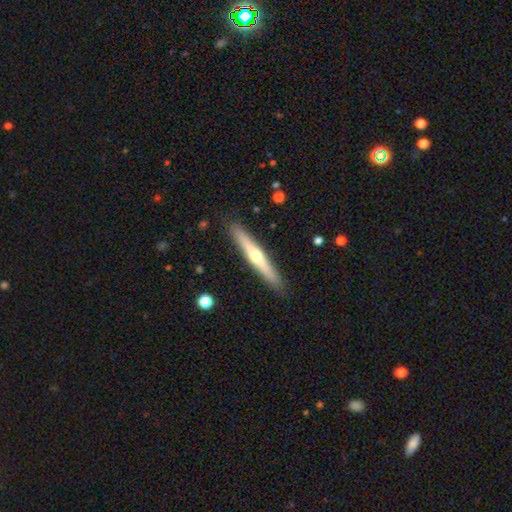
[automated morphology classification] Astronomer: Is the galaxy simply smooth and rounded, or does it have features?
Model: featured or disk — 59% (runner-up: smooth, 36%).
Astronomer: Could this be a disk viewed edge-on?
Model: yes — 97%.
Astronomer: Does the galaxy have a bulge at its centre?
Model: rounded — 84%.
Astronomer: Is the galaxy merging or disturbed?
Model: none — 90%.